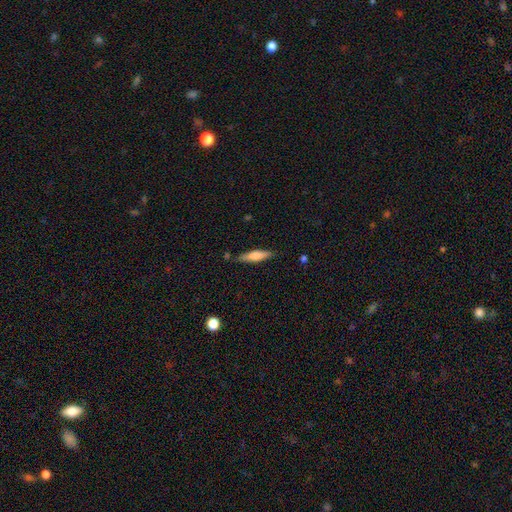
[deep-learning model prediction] This is likely a smooth galaxy (62%). How rounded: likely cigar-shaped (77%). Merging: clearly none (83%).